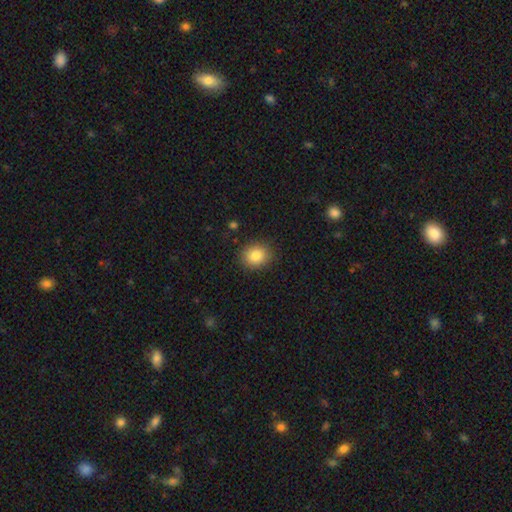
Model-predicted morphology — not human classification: Smooth or featured: smooth — 84% (star or artifact — 10%)
How rounded: round — 67% (in between — 32%)
Merging: none — 88% (minor disturbance — 8%)